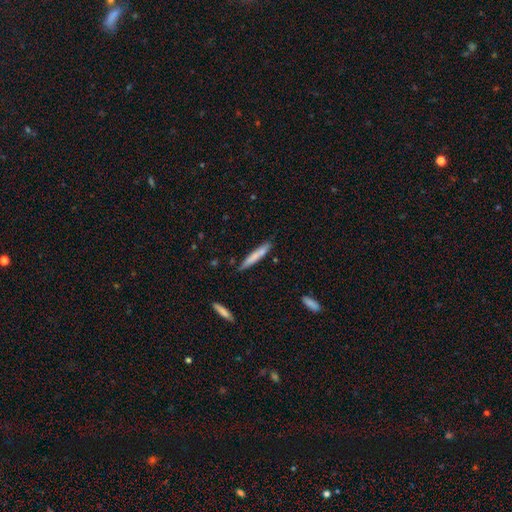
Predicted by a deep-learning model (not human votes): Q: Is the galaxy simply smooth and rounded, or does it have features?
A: smooth — 73%.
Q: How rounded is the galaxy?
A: cigar-shaped — 94%.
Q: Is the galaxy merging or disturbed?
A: none — 83%.